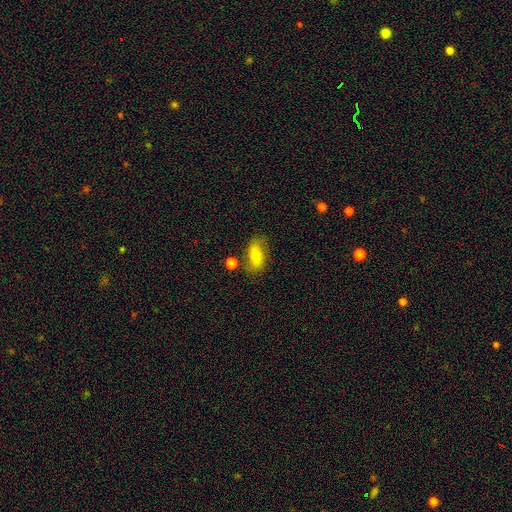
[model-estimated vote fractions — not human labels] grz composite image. It shows a smooth galaxy with no disk features (70%) that is in between round and cigar-shaped (85%). Merging: none (70%).